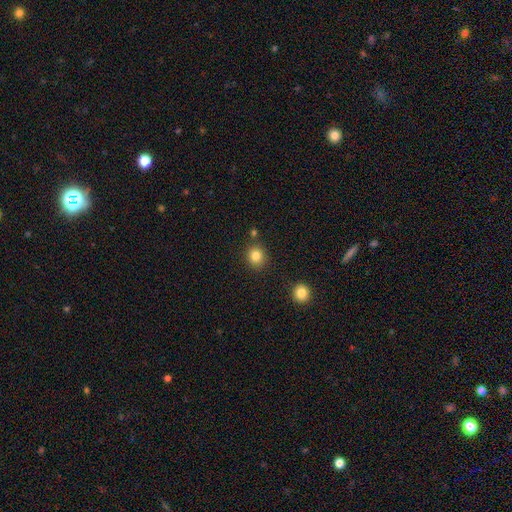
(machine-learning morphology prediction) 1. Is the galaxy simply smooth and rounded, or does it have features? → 83% smooth, 11% star or artifact, 6% featured or disk.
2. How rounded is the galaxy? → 86% round, 13% in between, 1% cigar-shaped.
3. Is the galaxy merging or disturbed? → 86% none, 7% minor disturbance, 4% merger, 2% major disturbance.